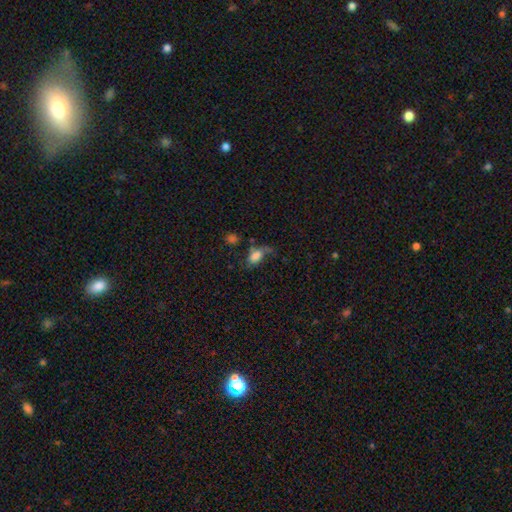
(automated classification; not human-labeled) Smooth or featured? Predicted: smooth (p=0.74). How rounded? Predicted: in between (p=0.87). Merging? Predicted: none (p=0.37).